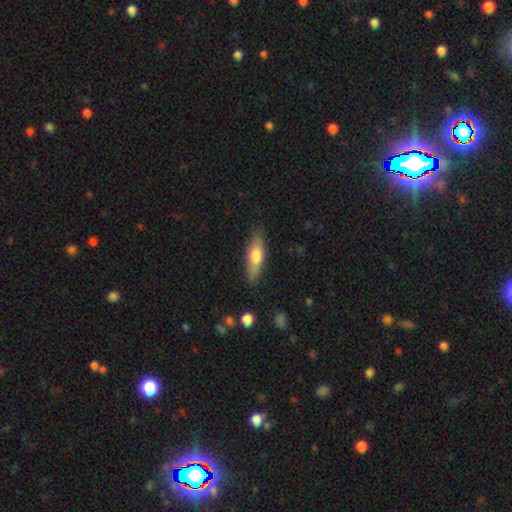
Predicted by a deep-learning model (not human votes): This appears to be a smooth galaxy with no disk features (63%) that is cigar-shaped (58%). Merging: none (84%).